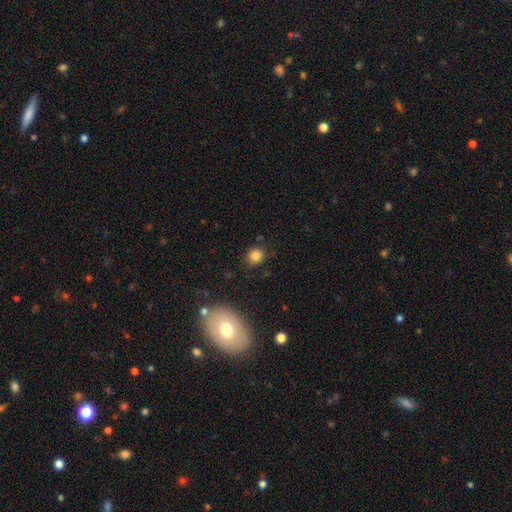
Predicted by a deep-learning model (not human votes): smooth 82%, star or artifact 12%, featured or disk 6%. Down the decision tree: how rounded — round (66%); merging — none (84%).